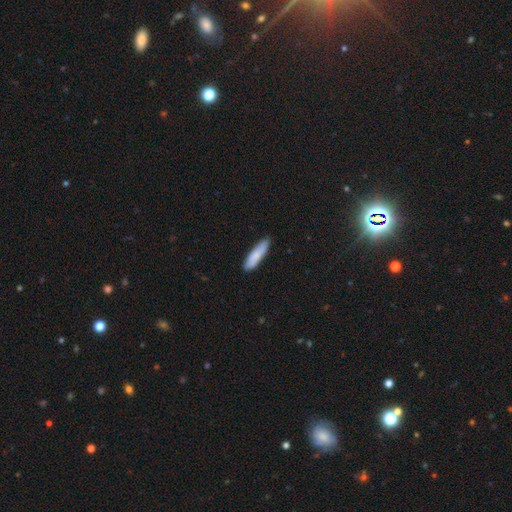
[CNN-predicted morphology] A smooth galaxy with no disk features (83%) that is cigar-shaped (74%). Merging: none (86%).